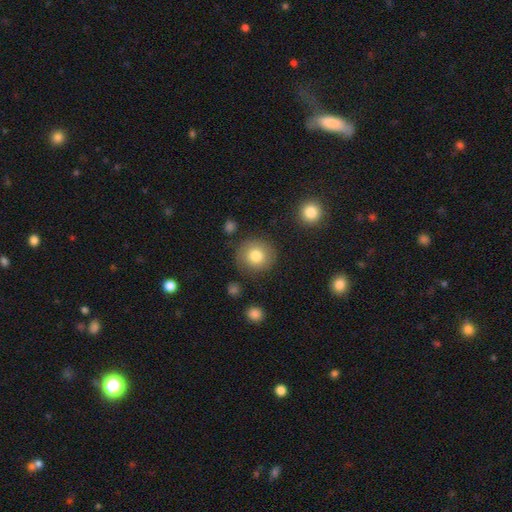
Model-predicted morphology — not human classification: smooth_or_featured: smooth (p=0.79) [alt: featured or disk p=0.12]
how_rounded: round (p=0.89) [alt: in between p=0.10]
merging: none (p=0.83) [alt: minor disturbance p=0.11]